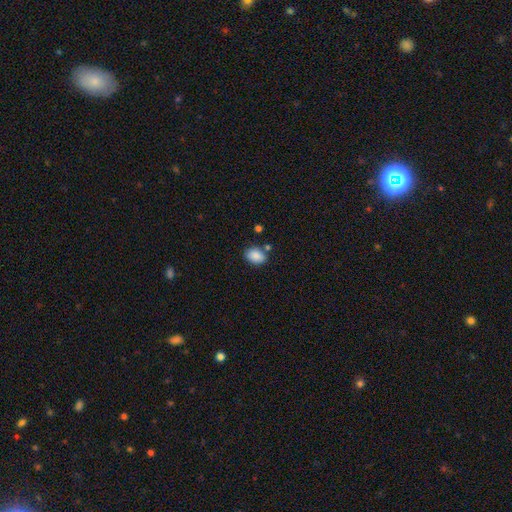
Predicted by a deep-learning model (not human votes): A smooth galaxy with no disk features (88%) that is in between round and cigar-shaped (74%).

Vote fractions:
- Smooth or featured? smooth: 88% / star or artifact: 8% / featured or disk: 5%
- How rounded? in between: 74% / round: 25% / cigar-shaped: 1%
- Merging? none: 76% / minor disturbance: 13% / merger: 7% / major disturbance: 3%